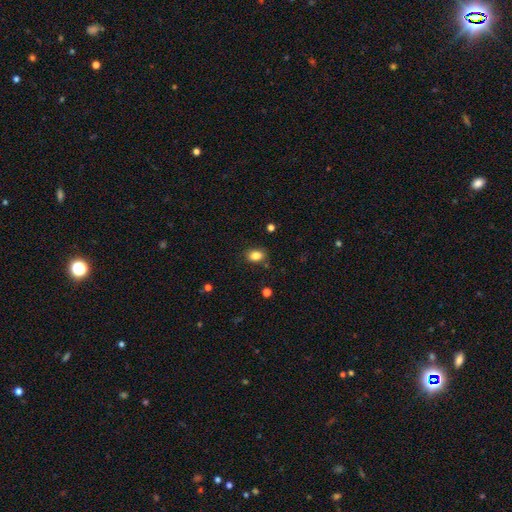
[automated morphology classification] This appears to be a smooth galaxy with no disk features (84%) that is in between round and cigar-shaped (70%). Merging: none (84%).